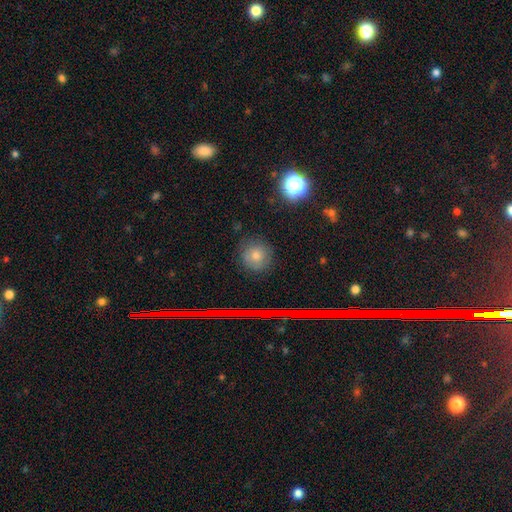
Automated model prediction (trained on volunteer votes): smooth 73%, star or artifact 15%, featured or disk 12%. Down the decision tree: how rounded — round (90%); merging — none (82%).